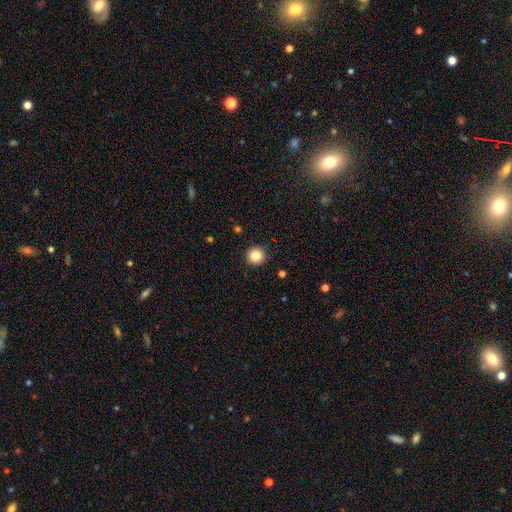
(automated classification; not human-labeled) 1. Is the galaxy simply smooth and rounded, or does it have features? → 84% smooth, 10% star or artifact, 6% featured or disk.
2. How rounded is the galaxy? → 95% round, 4% in between, 1% cigar-shaped.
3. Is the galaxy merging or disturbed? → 92% none, 6% minor disturbance, 2% major disturbance, 1% merger.